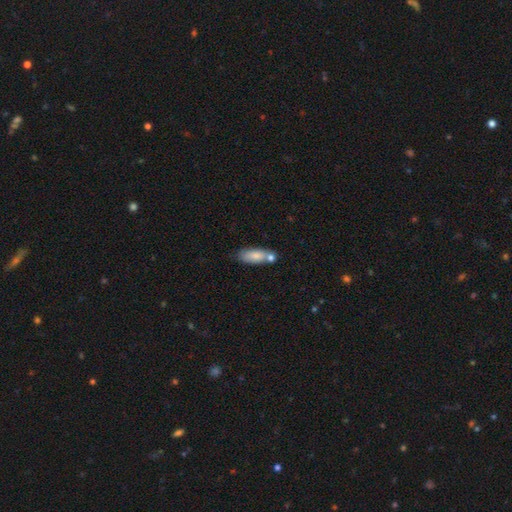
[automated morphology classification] Q: Smooth or featured?
A: smooth (79%); runner-up: featured or disk (14%)
Q: How rounded?
A: in between (75%); runner-up: cigar-shaped (23%)
Q: Merging?
A: none (53%); runner-up: merger (27%)